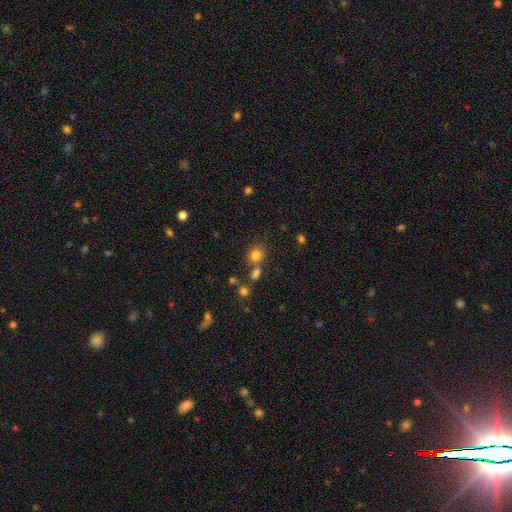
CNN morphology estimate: Smooth or featured? Predicted: smooth (p=0.78). How rounded? Predicted: round (p=0.72). Merging? Predicted: none (p=0.59).